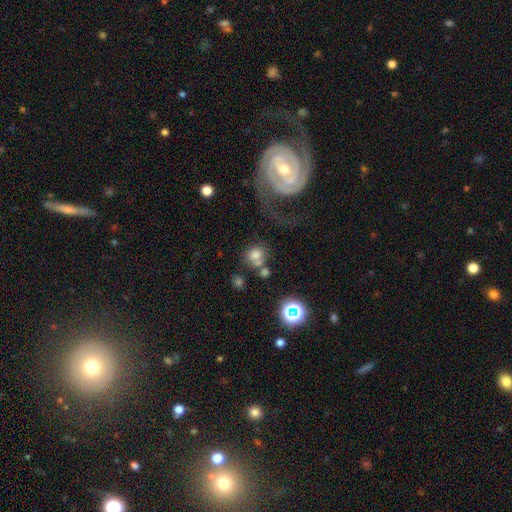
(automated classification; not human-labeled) A smooth galaxy with no disk features (69%) that is round (69%). Merging: none (44%).